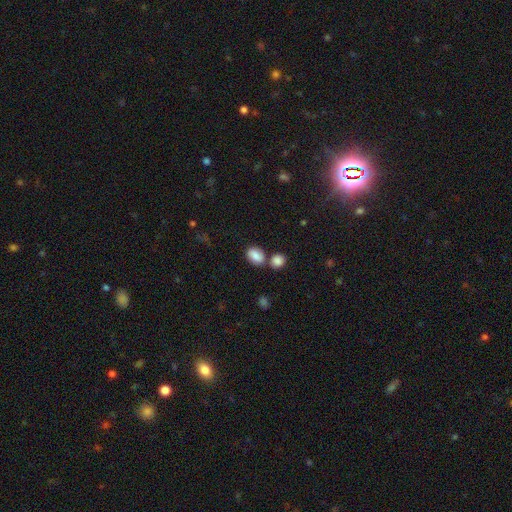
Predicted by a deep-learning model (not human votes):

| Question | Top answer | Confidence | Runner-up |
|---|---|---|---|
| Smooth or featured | smooth | 84% | star or artifact (9%) |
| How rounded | in between | 69% | round (29%) |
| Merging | none | 57% | merger (28%) |